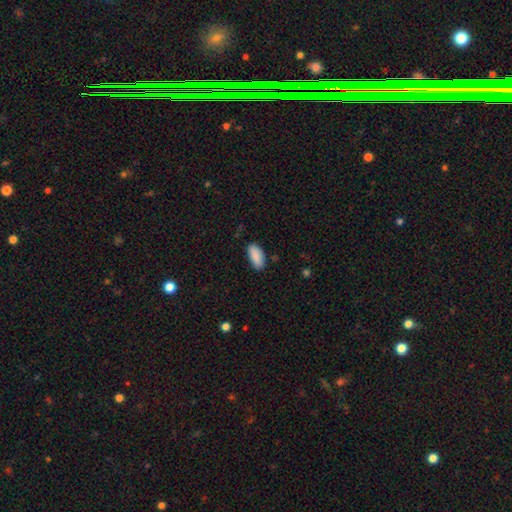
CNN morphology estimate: Smooth or featured? smooth (90%)
How rounded? in between (89%)
Merging? none (84%)